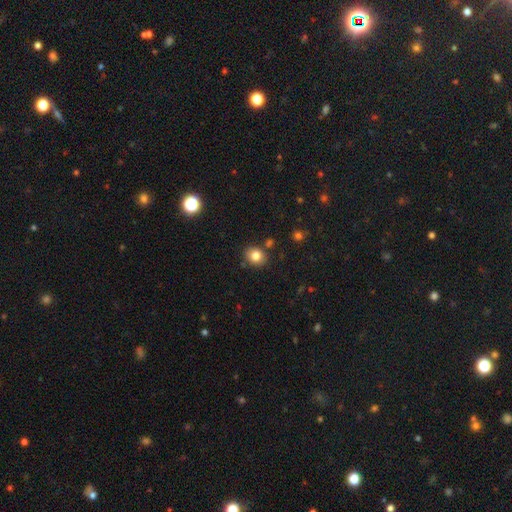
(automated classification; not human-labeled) Overall: smooth (81%). How rounded: round (65%; in between 34%). Merging: none (83%).